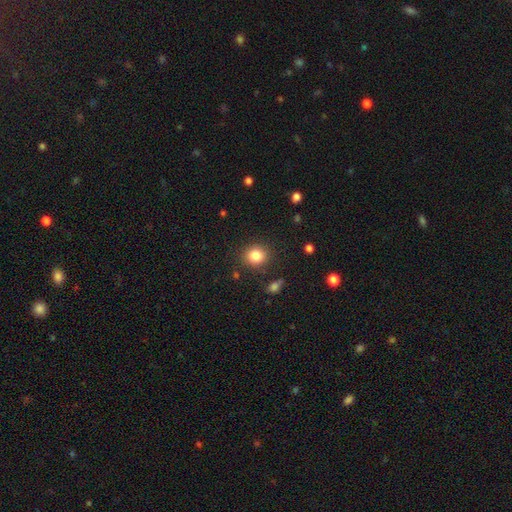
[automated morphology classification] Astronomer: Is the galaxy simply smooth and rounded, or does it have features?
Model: smooth — 83%.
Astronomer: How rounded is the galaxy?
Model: round — 79%.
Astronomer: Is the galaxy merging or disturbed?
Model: none — 86%.